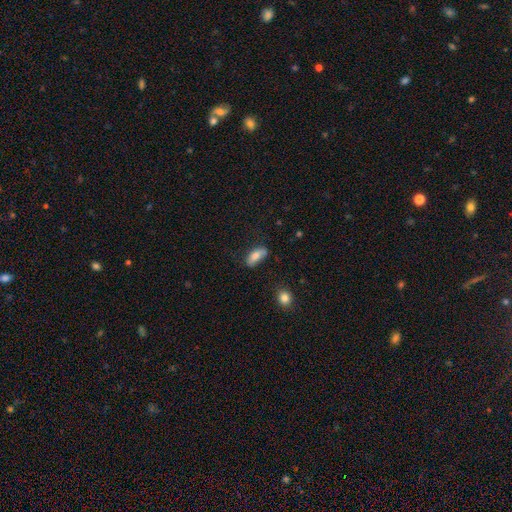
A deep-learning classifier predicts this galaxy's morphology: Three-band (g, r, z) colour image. It shows a smooth galaxy with no disk features (80%) that is in between round and cigar-shaped (81%). Merging: none (69%).